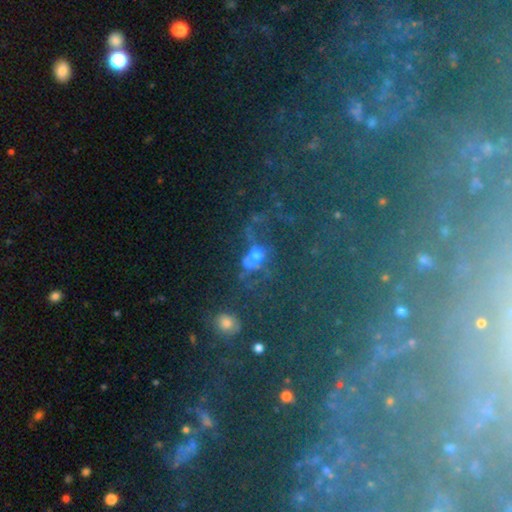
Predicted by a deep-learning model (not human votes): This is marginally a star or artifact rather than a galaxy (40%).